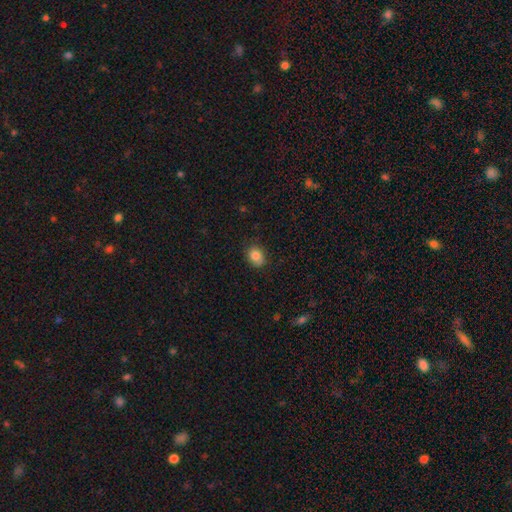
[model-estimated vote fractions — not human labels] smooth 84%, star or artifact 9%, featured or disk 6%. Down the decision tree: how rounded — in between (57%); merging — none (80%).